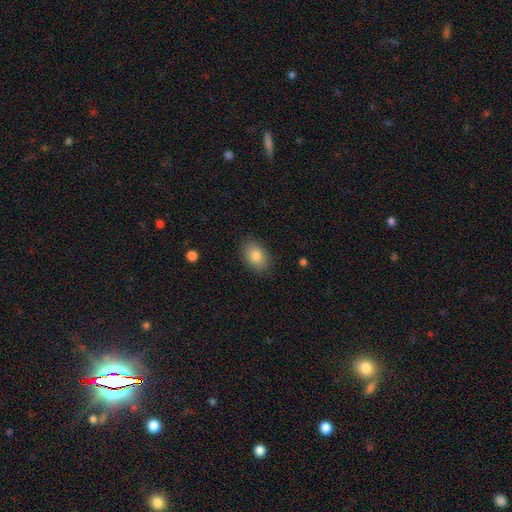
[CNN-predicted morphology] smooth-or-featured: smooth: 83% | featured or disk: 9% | star or artifact: 8%
  how-rounded: in between: 81% | round: 18% | cigar-shaped: 1%
  merging: none: 86% | minor disturbance: 11% | major disturbance: 3% | merger: 1%